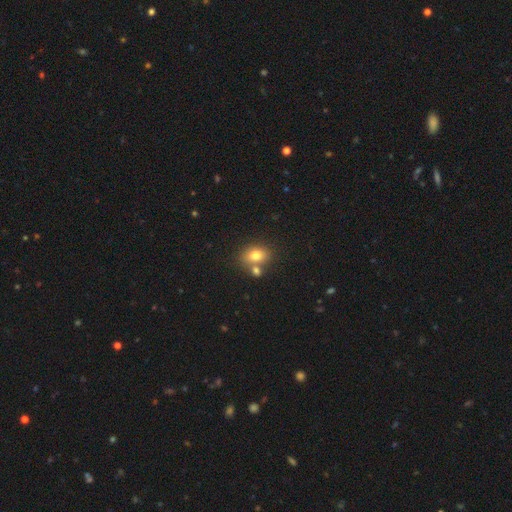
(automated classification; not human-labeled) Overall: smooth (78%). How rounded: in between (63%; round 35%). Merging: none (58%; merger 28%).